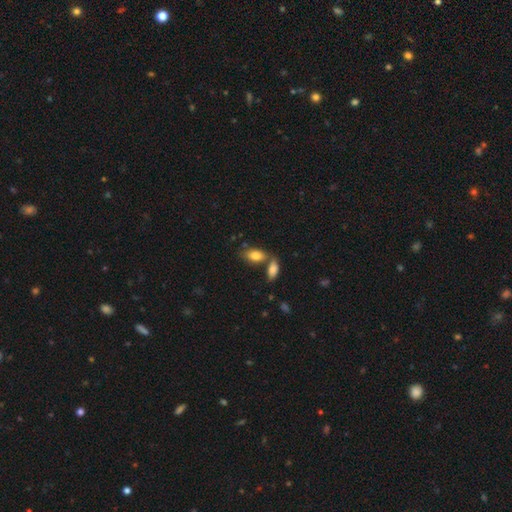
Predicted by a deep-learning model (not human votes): smooth-or-featured: smooth: 83% | featured or disk: 10% | star or artifact: 7%
  how-rounded: in between: 90% | cigar-shaped: 5% | round: 5%
  merging: none: 53% | merger: 31% | minor disturbance: 12% | major disturbance: 4%